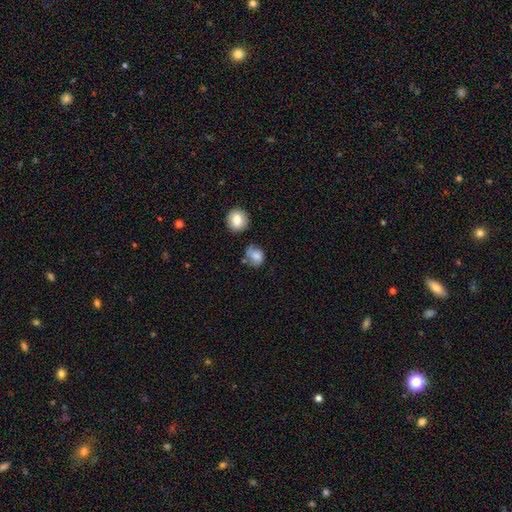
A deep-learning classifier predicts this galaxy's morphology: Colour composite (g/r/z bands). It shows a smooth galaxy with no disk features (66%) that is round (62%). Merging: none (49%).